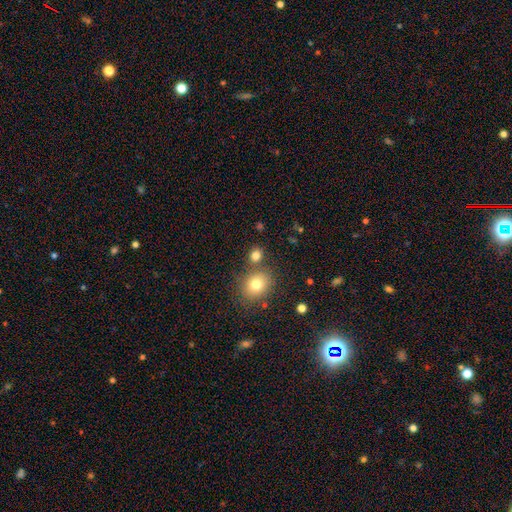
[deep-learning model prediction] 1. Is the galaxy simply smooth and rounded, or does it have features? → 79% smooth, 13% star or artifact, 8% featured or disk.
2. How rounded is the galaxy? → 66% round, 33% in between, 1% cigar-shaped.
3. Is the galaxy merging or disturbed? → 69% none, 18% merger, 9% minor disturbance, 3% major disturbance.